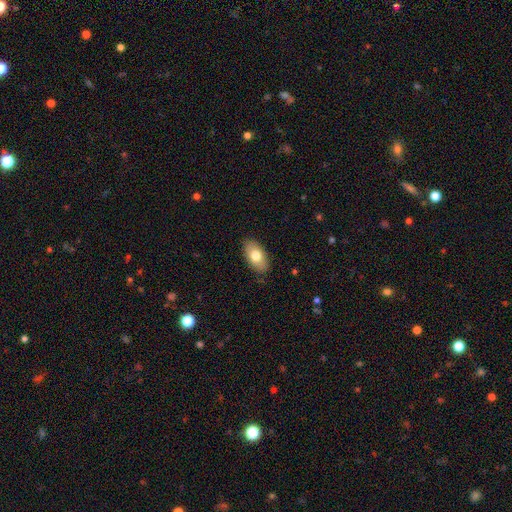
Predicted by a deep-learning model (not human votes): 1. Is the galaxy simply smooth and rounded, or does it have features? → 75% smooth, 18% featured or disk, 7% star or artifact.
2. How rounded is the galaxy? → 93% in between, 5% round, 3% cigar-shaped.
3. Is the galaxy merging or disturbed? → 86% none, 10% minor disturbance, 2% major disturbance, 1% merger.